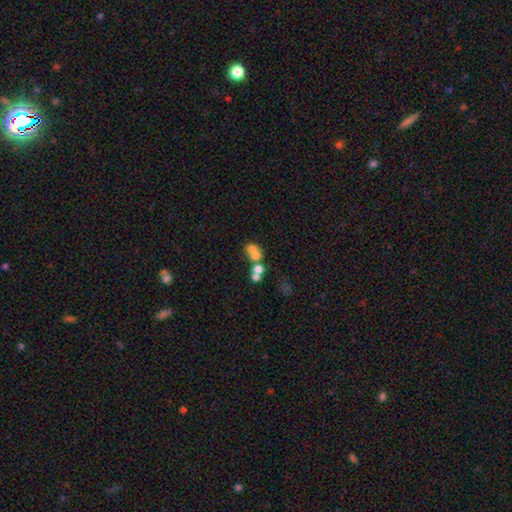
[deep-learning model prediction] A smooth galaxy with no disk features (56%) that is round (73%). Merging: merger (60%).